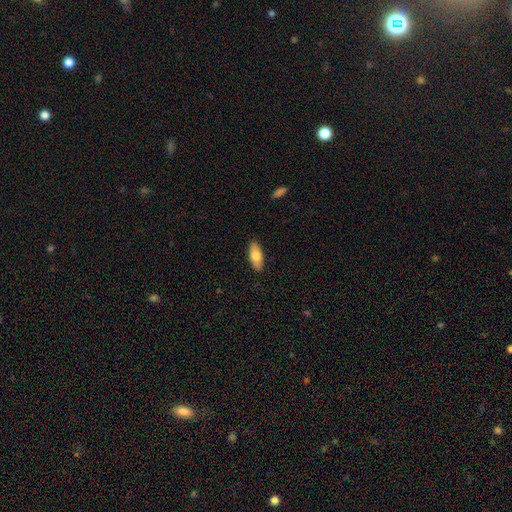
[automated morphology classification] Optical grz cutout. It shows a smooth galaxy with no disk features (77%) that is in between round and cigar-shaped (81%). Merging: none (89%).